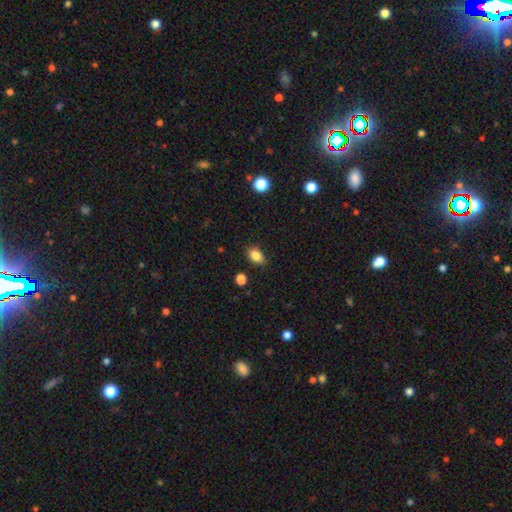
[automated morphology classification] Smooth or featured?
  - smooth: 85% *
  - star or artifact: 10%
  - featured or disk: 6%
How rounded?
  - in between: 78% *
  - round: 20%
  - cigar-shaped: 1%
Merging?
  - none: 85% *
  - minor disturbance: 11%
  - major disturbance: 2%
  - merger: 2%